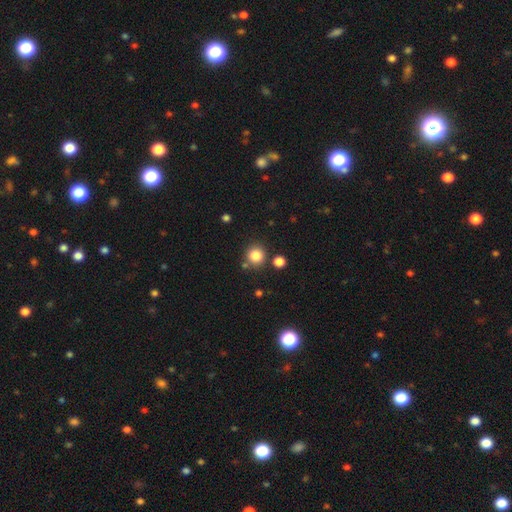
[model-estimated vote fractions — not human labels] This is clearly a smooth galaxy (84%). How rounded: clearly round (90%). Merging: likely none (80%).